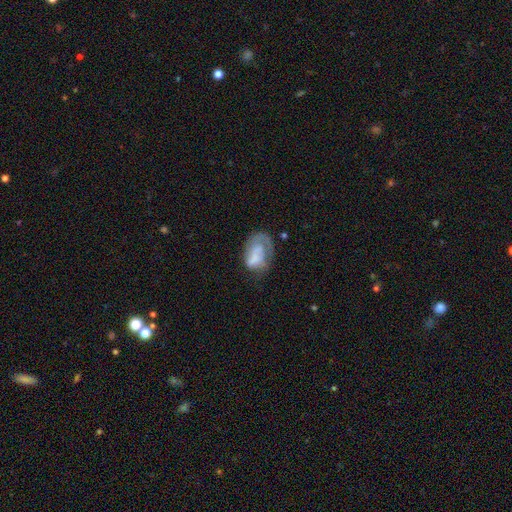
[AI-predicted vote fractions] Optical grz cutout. It shows a featured or disk galaxy (47%). Merging: none (36%).